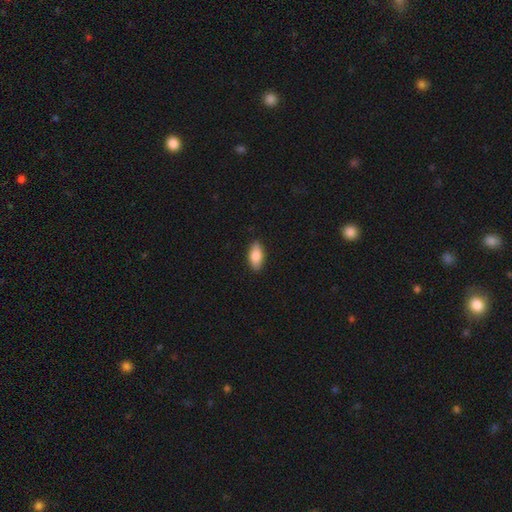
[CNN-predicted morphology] The model was most divided on "smooth or featured": smooth: 84%, featured or disk: 10%, star or artifact: 6%. More confident: how rounded — in between (89%); merging — none (88%).